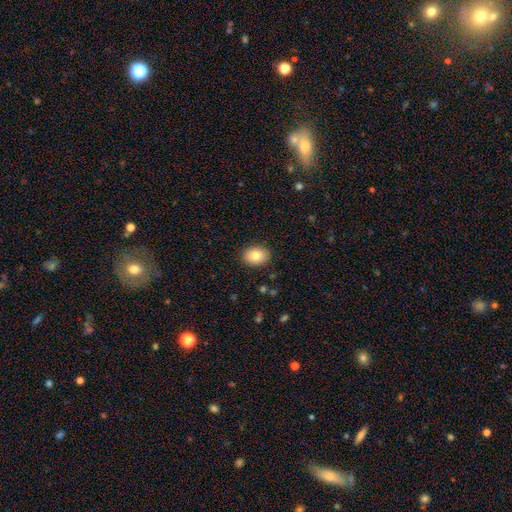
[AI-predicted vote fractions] A smooth galaxy with no disk features (82%) that is in between round and cigar-shaped (65%). Merging: none (90%).